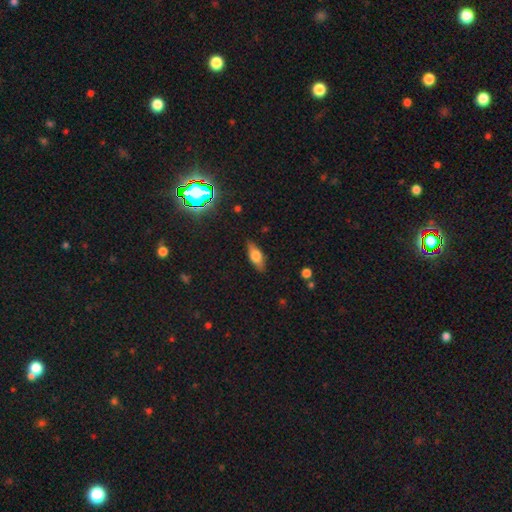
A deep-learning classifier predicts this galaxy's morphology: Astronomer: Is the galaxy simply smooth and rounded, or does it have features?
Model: smooth — 61%.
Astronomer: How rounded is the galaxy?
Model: in between — 74%.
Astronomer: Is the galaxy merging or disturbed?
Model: none — 85%.